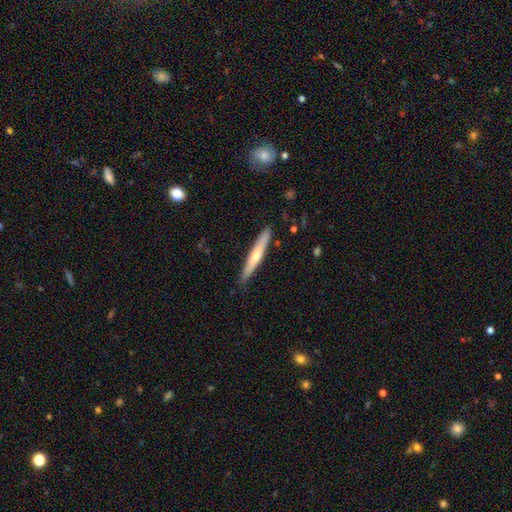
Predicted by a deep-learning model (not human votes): The model was most divided on "smooth or featured": featured or disk: 52%, smooth: 43%, star or artifact: 6%. More confident: edge-on disk — yes (93%); merging — none (88%).